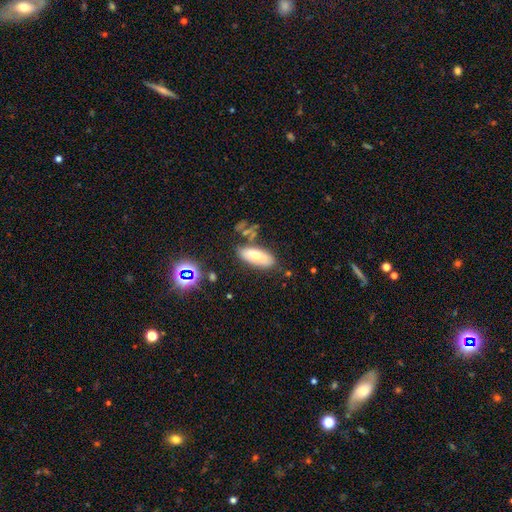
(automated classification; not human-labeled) Smooth or featured: smooth — 67% (featured or disk — 24%)
How rounded: in between — 77% (cigar-shaped — 20%)
Merging: none — 73% (minor disturbance — 16%)